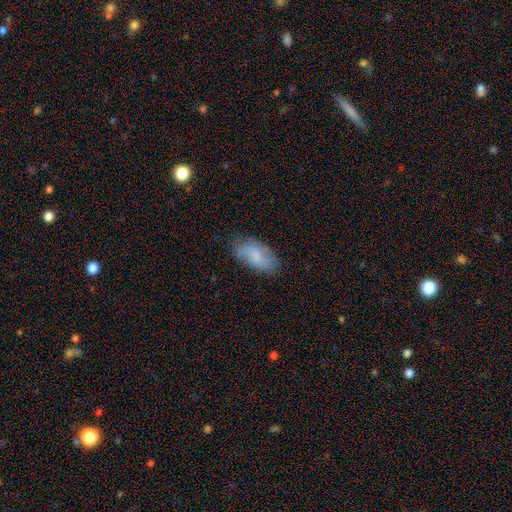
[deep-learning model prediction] smooth_or_featured: smooth (p=0.68) [alt: featured or disk p=0.25]
how_rounded: in between (p=0.92) [alt: cigar-shaped p=0.05]
merging: none (p=0.76) [alt: minor disturbance p=0.18]